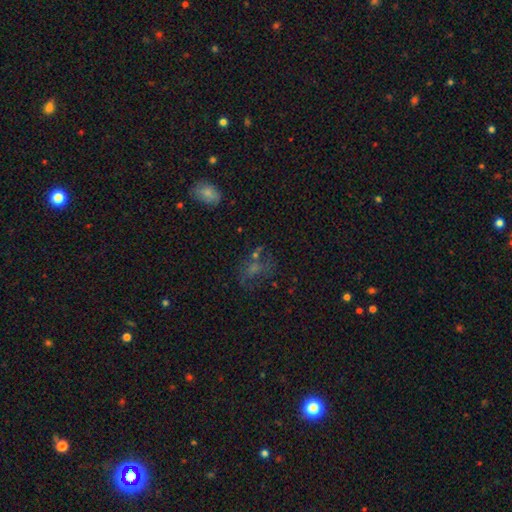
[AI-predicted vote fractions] This is marginally a smooth galaxy (37%). Merging: possibly none (49%).